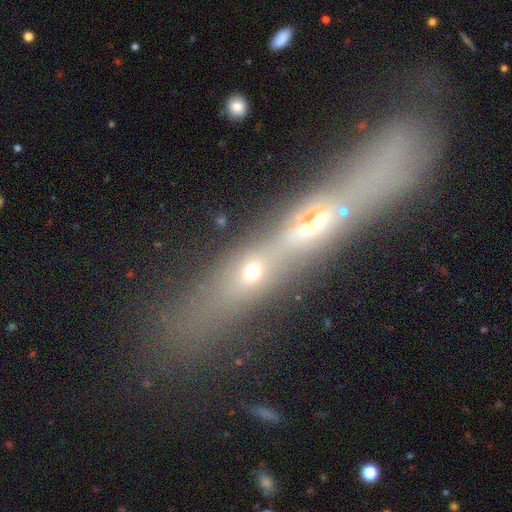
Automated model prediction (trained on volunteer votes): Morphology: type=featured or disk (49%); merging=none (46%).